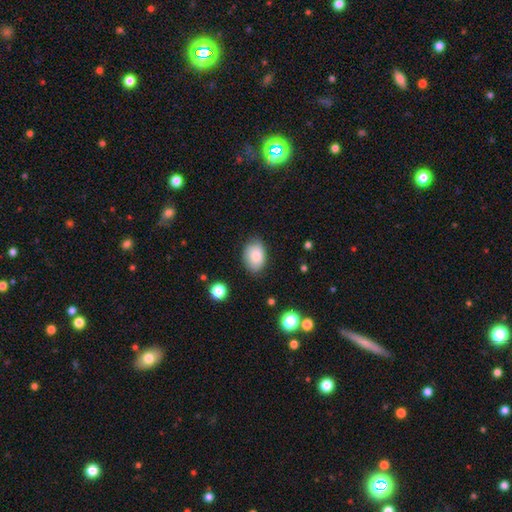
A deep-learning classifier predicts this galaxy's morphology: This appears to be a smooth galaxy with no disk features (83%) that is in between round and cigar-shaped (83%). Merging: none (79%).